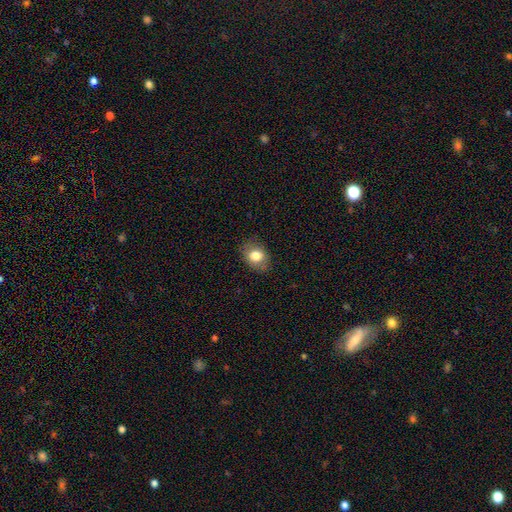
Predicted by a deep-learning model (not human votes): Morphology: type=smooth (80%); roundness=in between (62%); merging=none (82%).